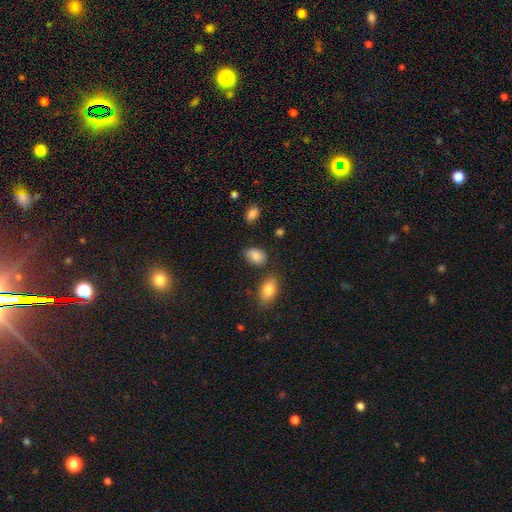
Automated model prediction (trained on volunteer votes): This appears to be a smooth galaxy with no disk features (86%) that is in between round and cigar-shaped (85%). Merging: none (71%).